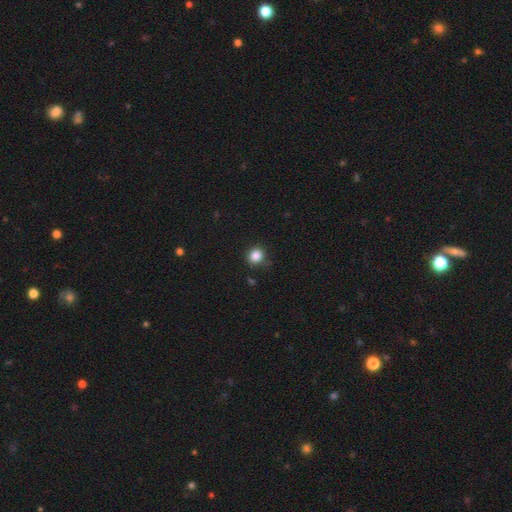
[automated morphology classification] type=smooth (85%); roundness=round (86%); merging=none (84%).